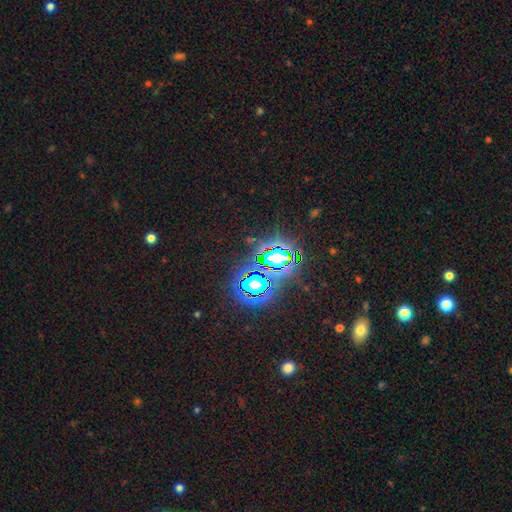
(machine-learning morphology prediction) smooth-or-featured: star or artifact: 81% | smooth: 13% | featured or disk: 7%